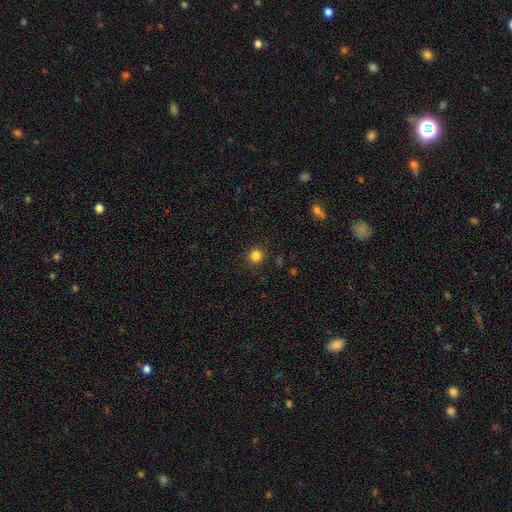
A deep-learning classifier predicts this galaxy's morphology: smooth 83%, star or artifact 13%, featured or disk 4%. Down the decision tree: how rounded — round (93%); merging — none (91%).